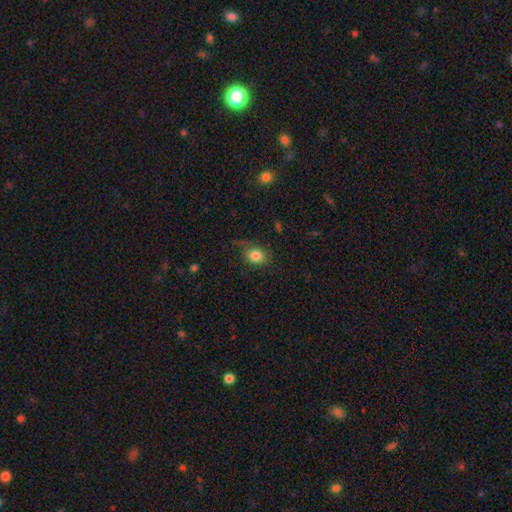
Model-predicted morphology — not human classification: Smooth or featured: smooth — 81% (star or artifact — 10%)
How rounded: round — 61% (in between — 38%)
Merging: none — 62% (minor disturbance — 24%)